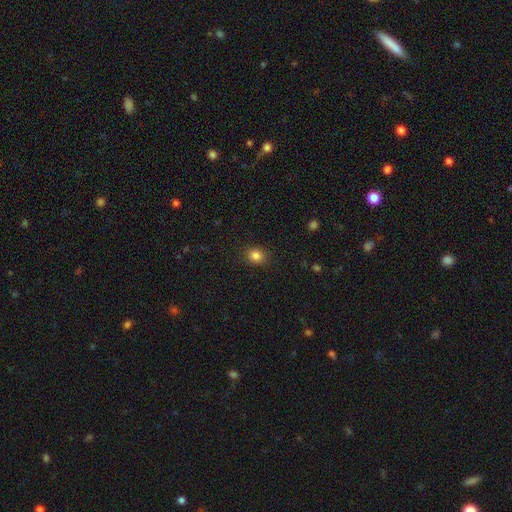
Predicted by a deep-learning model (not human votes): A smooth galaxy with no disk features (84%) that is round (64%). Merging: none (88%).